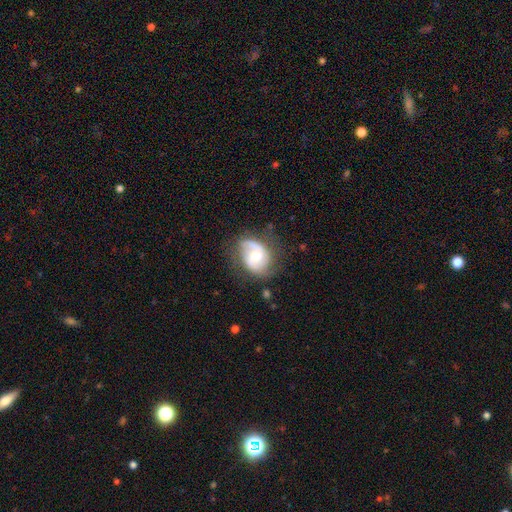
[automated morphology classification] Q: Smooth or featured?
A: featured or disk (74%); runner-up: smooth (20%)
Q: Edge-on disk?
A: no (97%); runner-up: yes (3%)
Q: Bar?
A: no (56%); runner-up: weak (37%)
Q: Spiral arms?
A: yes (92%); runner-up: no (8%)
Q: Spiral winding?
A: medium (47%); runner-up: loose (27%)
Q: Spiral arm count?
A: 2 (76%); runner-up: 1 (12%)
Q: Bulge size?
A: moderate (66%); runner-up: small (22%)
Q: Merging?
A: none (64%); runner-up: minor disturbance (23%)